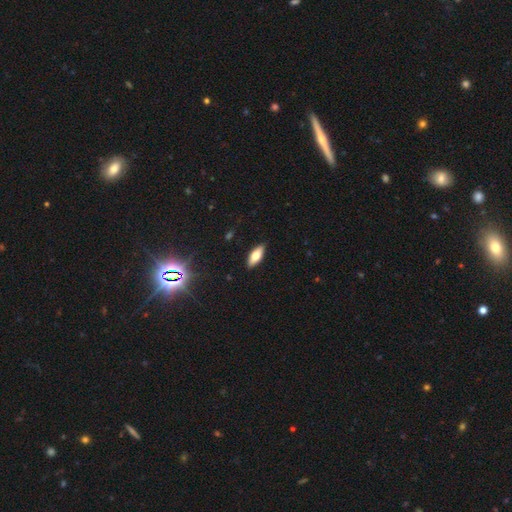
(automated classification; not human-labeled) This appears to be a smooth galaxy with no disk features (66%) that is in between round and cigar-shaped (73%). Merging: none (89%).